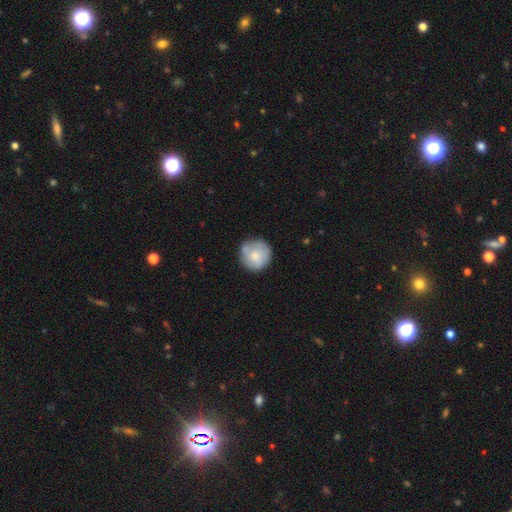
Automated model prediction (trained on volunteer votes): smooth_or_featured: smooth (p=0.64) [alt: featured or disk p=0.30]
how_rounded: round (p=0.92) [alt: in between p=0.07]
merging: none (p=0.72) [alt: minor disturbance p=0.20]